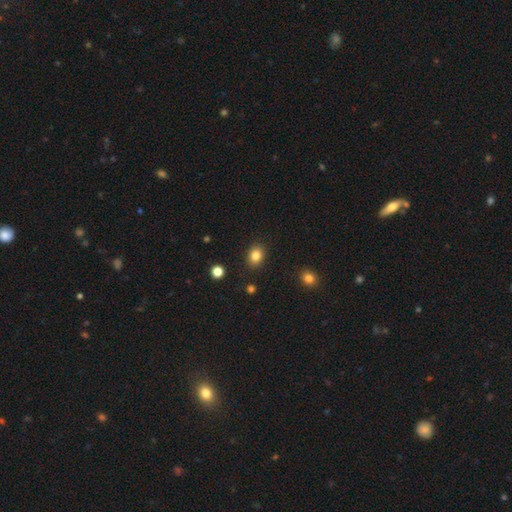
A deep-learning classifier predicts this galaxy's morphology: A smooth galaxy with no disk features (84%) that is in between round and cigar-shaped (58%). Merging: none (88%).